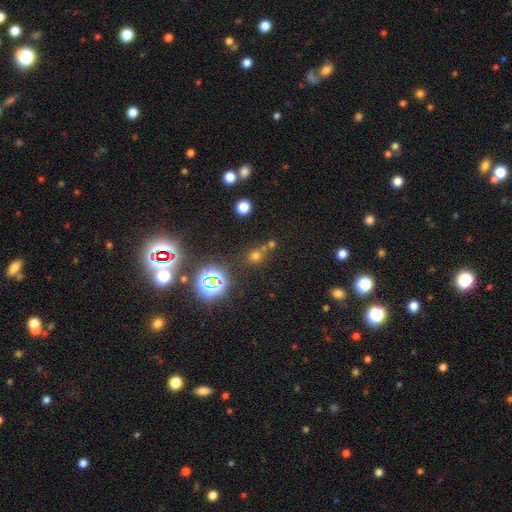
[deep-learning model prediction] Smooth or featured?
  - smooth: 50% *
  - star or artifact: 42%
  - featured or disk: 8%
Merging?
  - none: 61% *
  - merger: 24%
  - minor disturbance: 10%
  - major disturbance: 5%